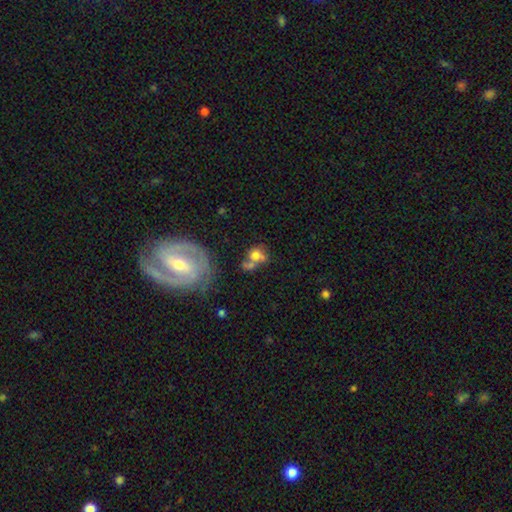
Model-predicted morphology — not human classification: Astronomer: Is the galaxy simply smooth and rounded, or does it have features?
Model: smooth — 61%.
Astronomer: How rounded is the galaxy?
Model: round — 60% (runner-up: in between, 39%).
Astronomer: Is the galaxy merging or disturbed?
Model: merger — 48% (runner-up: none, 28%).